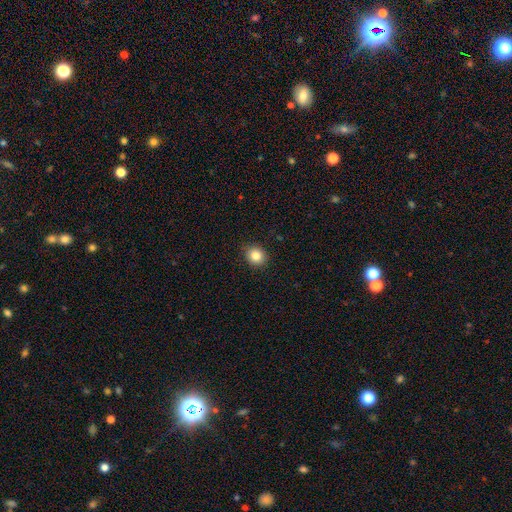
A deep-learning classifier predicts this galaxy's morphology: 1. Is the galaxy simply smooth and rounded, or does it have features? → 84% smooth, 10% star or artifact, 6% featured or disk.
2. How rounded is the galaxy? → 76% round, 23% in between, 1% cigar-shaped.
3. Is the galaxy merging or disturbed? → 89% none, 8% minor disturbance, 2% major disturbance, 1% merger.